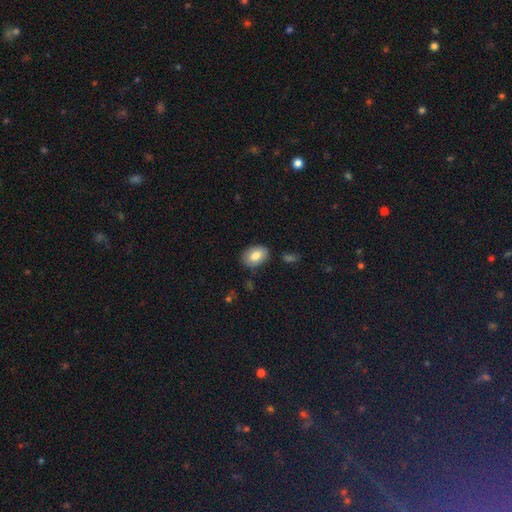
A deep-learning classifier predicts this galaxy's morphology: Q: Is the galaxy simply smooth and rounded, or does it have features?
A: smooth — 78%.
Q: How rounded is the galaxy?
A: in between — 86%.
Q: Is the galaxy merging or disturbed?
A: none — 83%.